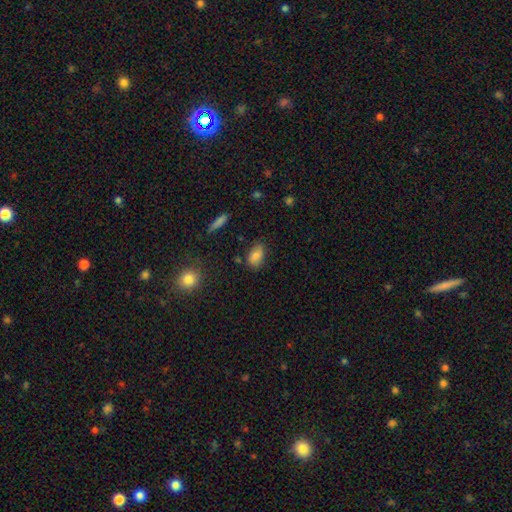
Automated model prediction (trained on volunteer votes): This is clearly a smooth galaxy (82%). How rounded: clearly in between (89%). Merging: likely none (77%).